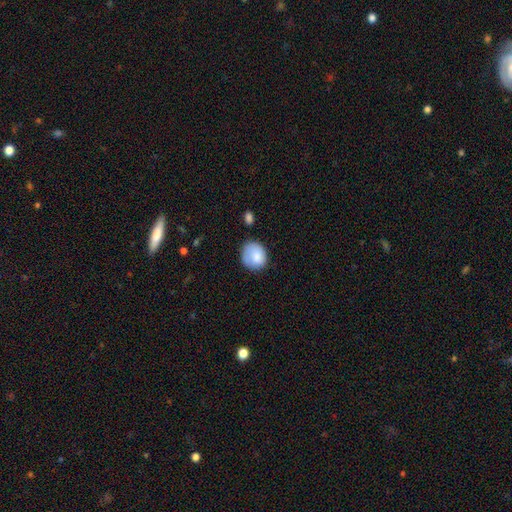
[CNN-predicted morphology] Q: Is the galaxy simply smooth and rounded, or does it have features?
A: smooth — 81%.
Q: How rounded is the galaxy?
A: round — 63%.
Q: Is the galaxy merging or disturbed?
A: none — 60%.